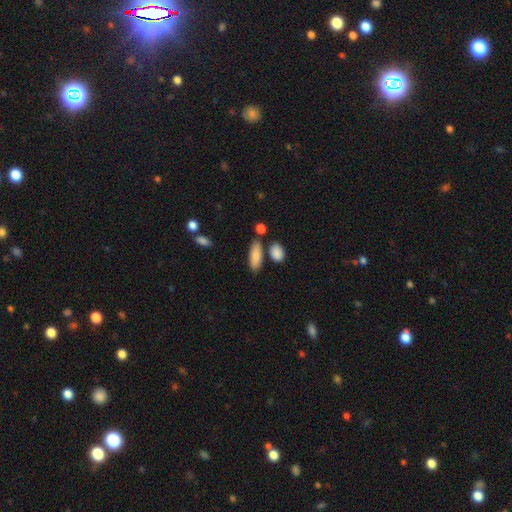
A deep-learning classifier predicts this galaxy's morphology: The model was most divided on "how rounded": in between: 73%, cigar-shaped: 24%, round: 4%. More confident: smooth or featured — smooth (84%); merging — none (72%).